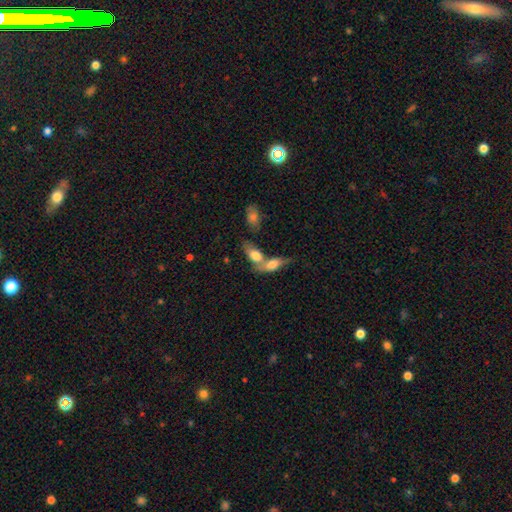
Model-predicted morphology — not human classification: Smooth or featured? Predicted: smooth (p=0.70). How rounded? Predicted: in between (p=0.83). Merging? Predicted: merger (p=0.61).